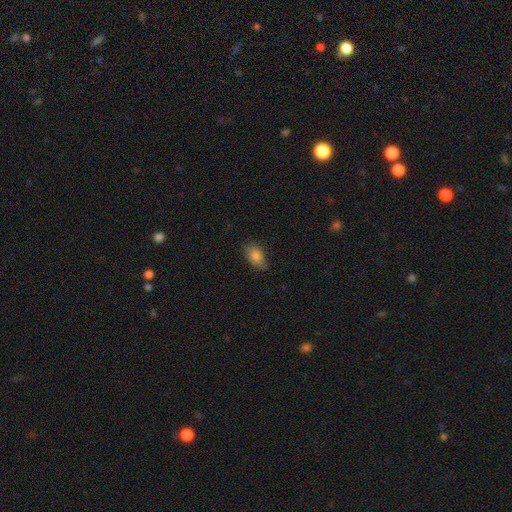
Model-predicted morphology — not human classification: Overall: smooth (80%). How rounded: in between (89%). Merging: none (70%).